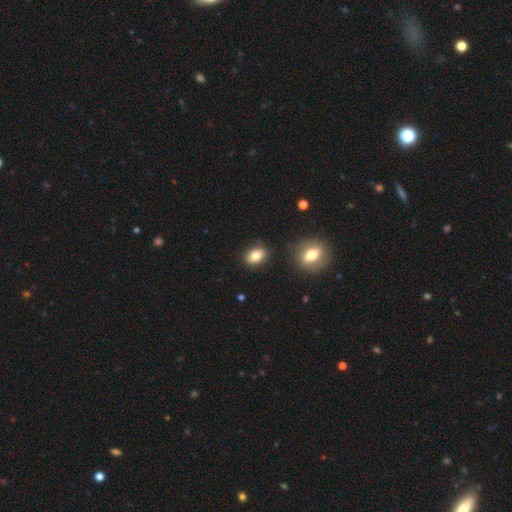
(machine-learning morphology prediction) Q: Smooth or featured?
A: smooth (82%); runner-up: featured or disk (9%)
Q: How rounded?
A: in between (79%); runner-up: round (20%)
Q: Merging?
A: none (85%); runner-up: minor disturbance (9%)